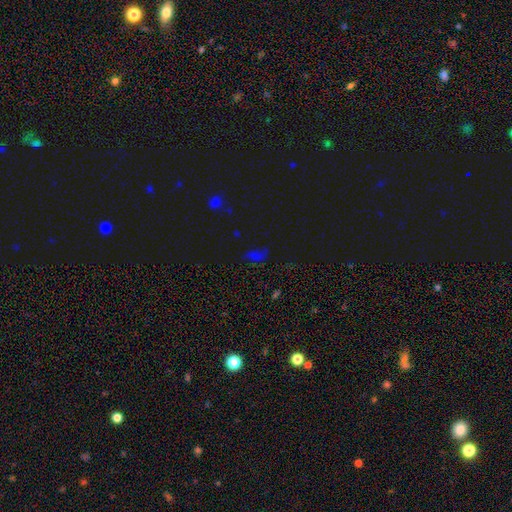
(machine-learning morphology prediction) star or artifact 47%, smooth 41%, featured or disk 12%.